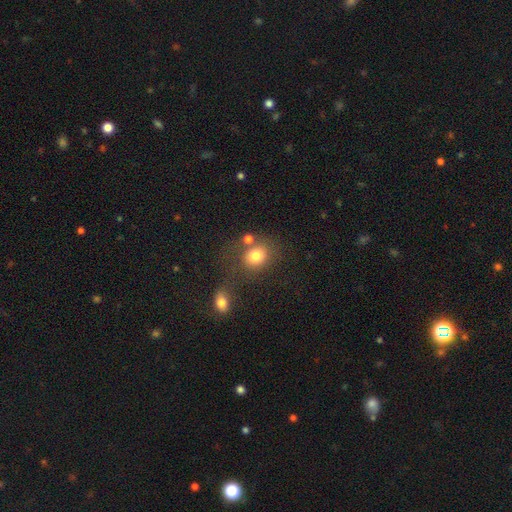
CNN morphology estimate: The model was most divided on "how rounded": round: 63%, in between: 36%, cigar-shaped: 1%. More confident: smooth or featured — smooth (79%); merging — none (59%).